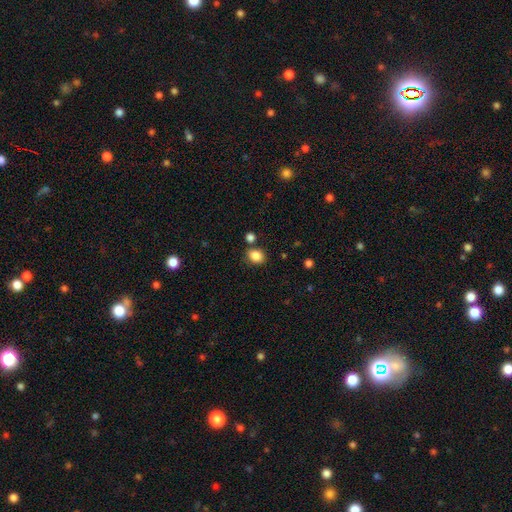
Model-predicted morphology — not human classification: Smooth or featured?
  - smooth: 86% *
  - star or artifact: 10%
  - featured or disk: 5%
How rounded?
  - round: 55% *
  - in between: 44%
  - cigar-shaped: 1%
Merging?
  - none: 75% *
  - minor disturbance: 12%
  - merger: 10%
  - major disturbance: 4%